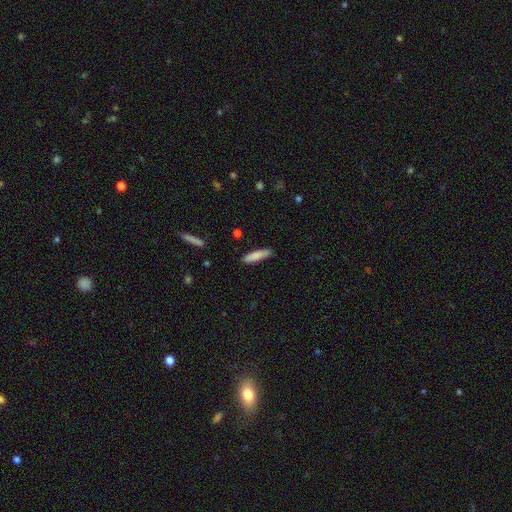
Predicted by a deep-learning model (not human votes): A smooth galaxy with no disk features (83%) that is cigar-shaped (81%).

Vote fractions:
- Smooth or featured? smooth: 83% / featured or disk: 12% / star or artifact: 6%
- How rounded? cigar-shaped: 81% / in between: 18% / round: 1%
- Merging? none: 85% / minor disturbance: 12% / major disturbance: 2% / merger: 1%